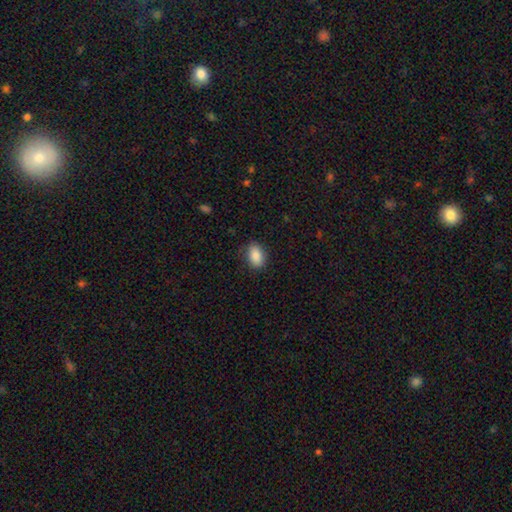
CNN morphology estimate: A smooth galaxy with no disk features (89%) that is in between round and cigar-shaped (88%). Merging: none (84%).